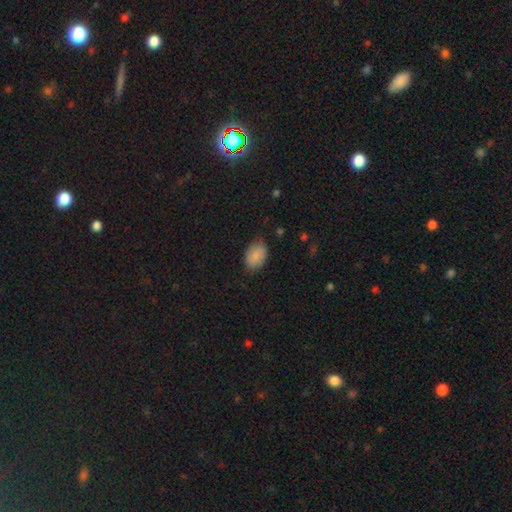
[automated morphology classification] A smooth galaxy with no disk features (85%) that is in between round and cigar-shaped (87%). Merging: none (74%).